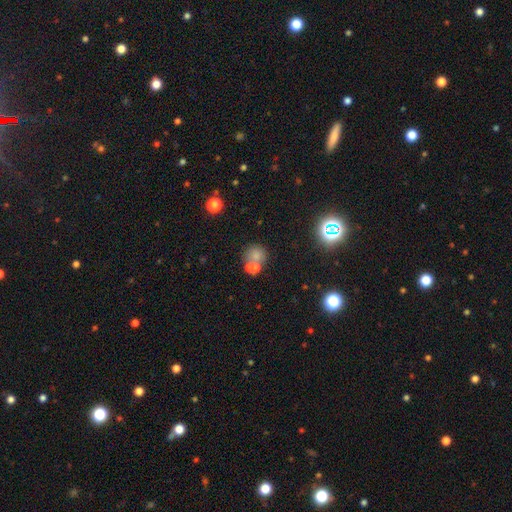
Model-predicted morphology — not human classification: This is likely a smooth galaxy (64%). How rounded: clearly round (83%). Merging: possibly none (49%).